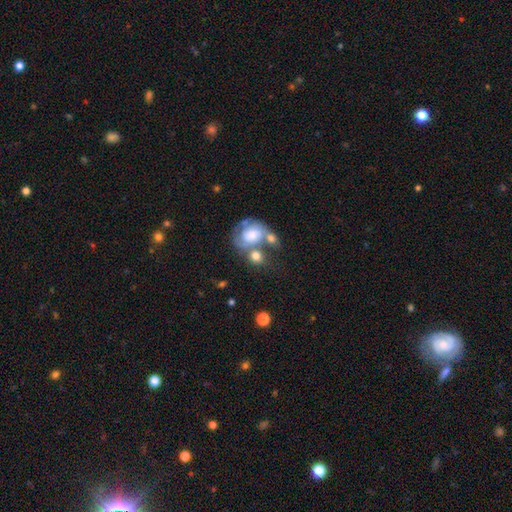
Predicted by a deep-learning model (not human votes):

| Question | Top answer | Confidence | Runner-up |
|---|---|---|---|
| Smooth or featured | smooth | 50% | featured or disk (42%) |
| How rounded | round | 55% | in between (43%) |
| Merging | merger | 42% | none (30%) |